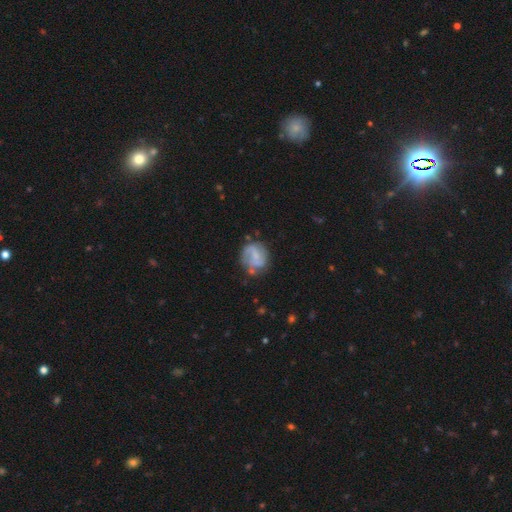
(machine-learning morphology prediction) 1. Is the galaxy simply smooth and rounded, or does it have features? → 60% featured or disk, 33% smooth, 8% star or artifact.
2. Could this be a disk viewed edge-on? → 98% no, 2% yes.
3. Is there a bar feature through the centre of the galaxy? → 45% weak, 37% no, 17% strong.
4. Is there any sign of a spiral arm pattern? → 78% yes, 22% no.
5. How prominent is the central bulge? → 42% small, 38% none, 18% moderate, 2% large, 1% dominant.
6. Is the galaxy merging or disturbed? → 58% none, 23% minor disturbance, 12% major disturbance, 6% merger.